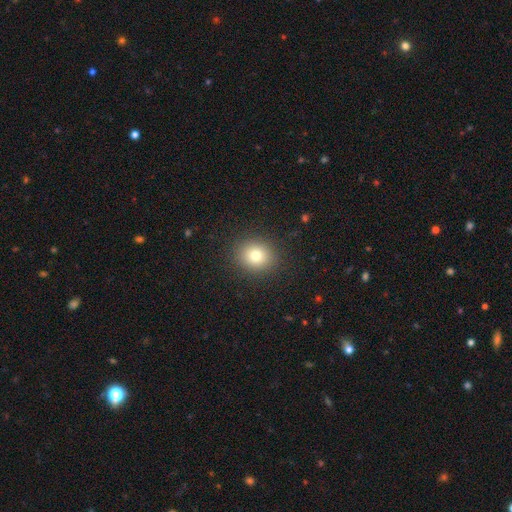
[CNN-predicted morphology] Smooth or featured? smooth (77%)
How rounded? round (76%)
Merging? none (89%)